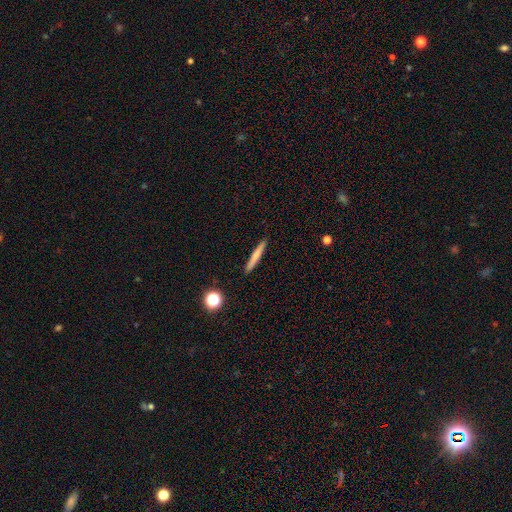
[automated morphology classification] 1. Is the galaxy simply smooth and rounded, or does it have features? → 67% smooth, 26% featured or disk, 7% star or artifact.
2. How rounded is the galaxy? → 95% cigar-shaped, 3% in between, 2% round.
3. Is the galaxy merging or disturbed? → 91% none, 7% minor disturbance, 2% major disturbance, 1% merger.